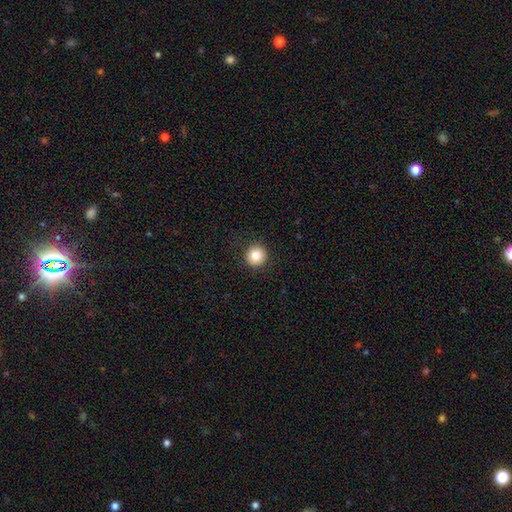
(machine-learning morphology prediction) A smooth galaxy with no disk features (82%) that is round (95%). Merging: none (91%).